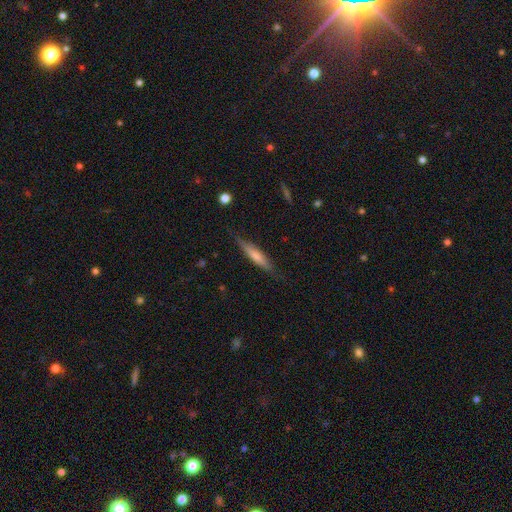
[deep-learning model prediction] Smooth or featured? featured or disk (47%)
Merging? none (80%)